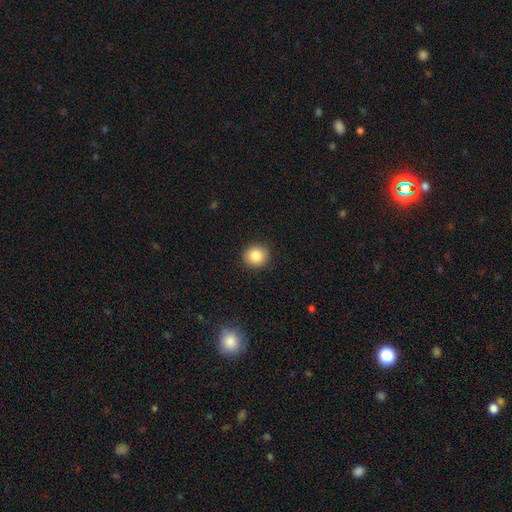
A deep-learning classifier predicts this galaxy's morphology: smooth 85%, star or artifact 9%, featured or disk 6%. Down the decision tree: how rounded — round (87%); merging — none (91%).